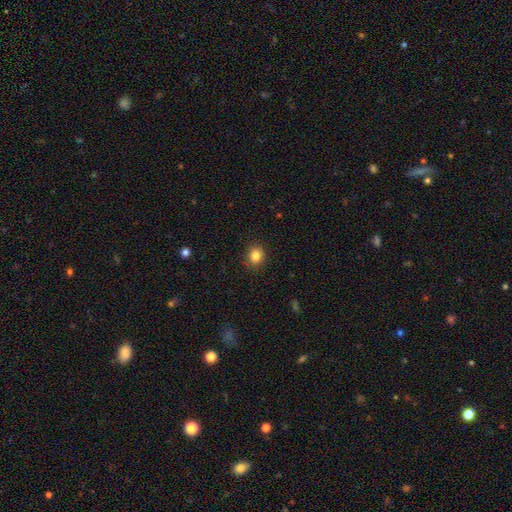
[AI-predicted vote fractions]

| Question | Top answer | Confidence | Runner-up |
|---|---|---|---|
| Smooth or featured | smooth | 84% | star or artifact (11%) |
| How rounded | round | 79% | in between (20%) |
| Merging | none | 90% | minor disturbance (7%) |